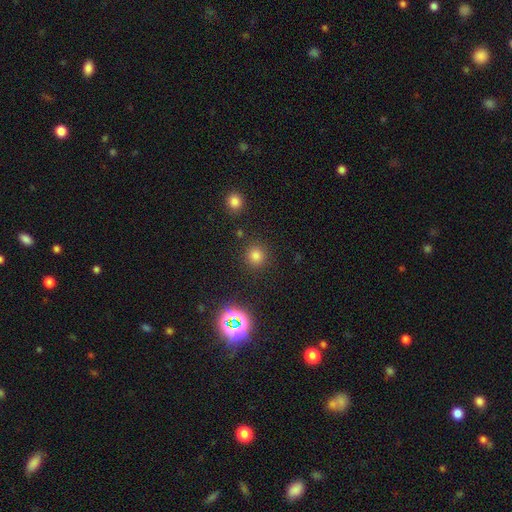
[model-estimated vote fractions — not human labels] Smooth or featured? Predicted: smooth (p=0.77). How rounded? Predicted: round (p=0.92). Merging? Predicted: none (p=0.88).